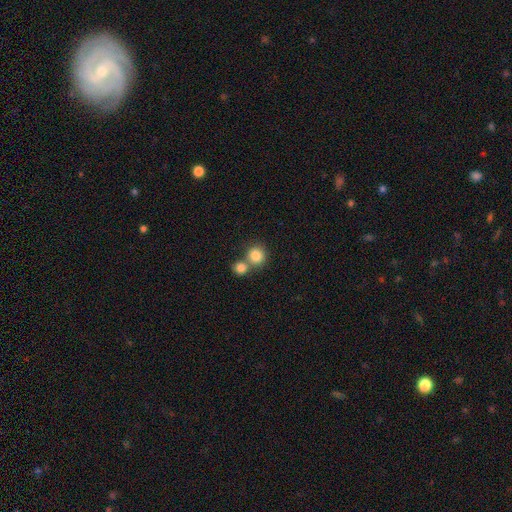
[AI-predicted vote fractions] smooth-or-featured: smooth: 83% | star or artifact: 10% | featured or disk: 7%
  how-rounded: round: 89% | in between: 10% | cigar-shaped: 1%
  merging: none: 50% | merger: 41% | minor disturbance: 6% | major disturbance: 2%